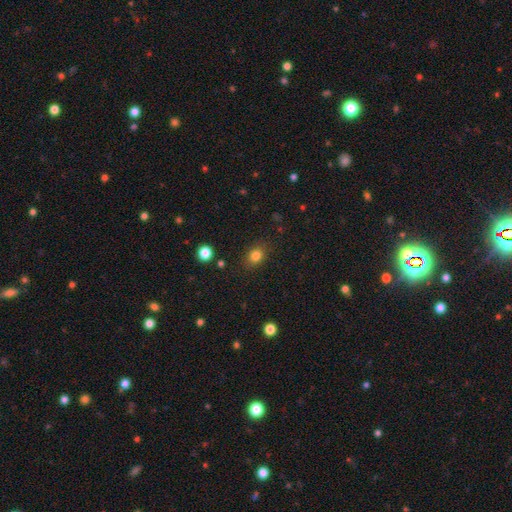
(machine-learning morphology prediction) This appears to be a smooth galaxy with no disk features (81%) that is in between round and cigar-shaped (51%). Merging: none (84%).